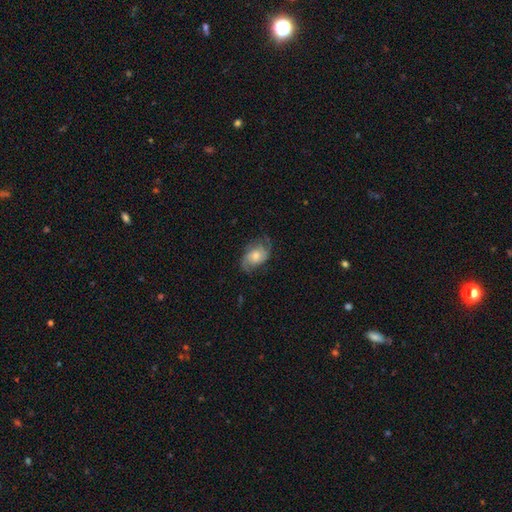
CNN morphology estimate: smooth-or-featured: featured or disk: 64% | smooth: 29% | star or artifact: 7%
  disk-edge-on: no: 96% | yes: 4%
    bar: no: 72% | weak: 24% | strong: 4%
    has-spiral-arms: yes: 89% | no: 11%
      spiral-winding: medium: 43% | loose: 30% | tight: 27%
      spiral-arm-count: 2: 62% | can't tell: 17% | 3: 10% | 1: 4% | 4: 3% | more than 4: 3%
    bulge-size: moderate: 56% | small: 27% | large: 12% | none: 4% | dominant: 2%
  merging: none: 64% | minor disturbance: 23% | major disturbance: 12% | merger: 1%